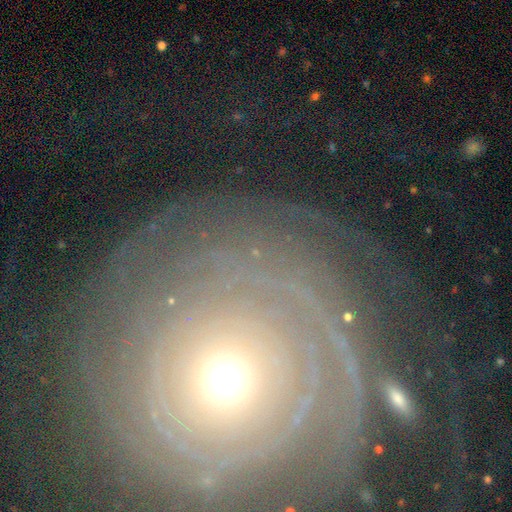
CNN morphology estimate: The model was most divided on "bulge size": moderate: 48%, small: 42%, large: 6%, dominant: 2%, none: 2%. Remaining: edge-on disk — no (95%); bar — no (81%); spiral winding — tight (81%); spiral arms — yes (79%); merging — none (74%); smooth or featured — featured or disk (72%); spiral arm count — can't tell (39%).